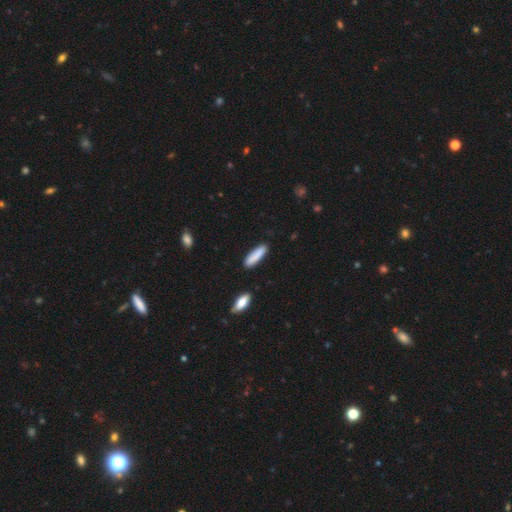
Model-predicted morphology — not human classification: Q: Smooth or featured?
A: smooth (87%); runner-up: featured or disk (8%)
Q: How rounded?
A: cigar-shaped (72%); runner-up: in between (27%)
Q: Merging?
A: none (86%); runner-up: minor disturbance (10%)